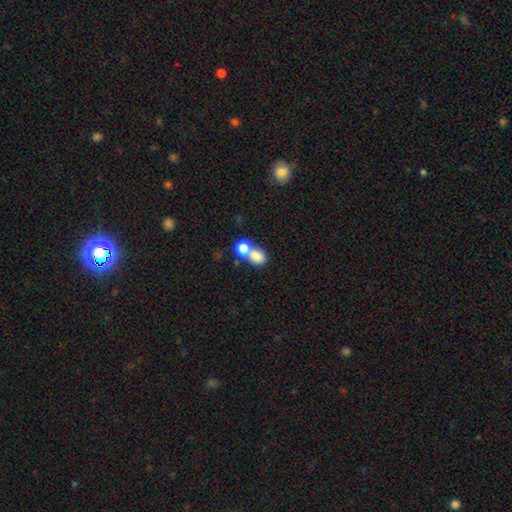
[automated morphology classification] Smooth or featured? smooth (79%)
How rounded? round (53%)
Merging? merger (58%)